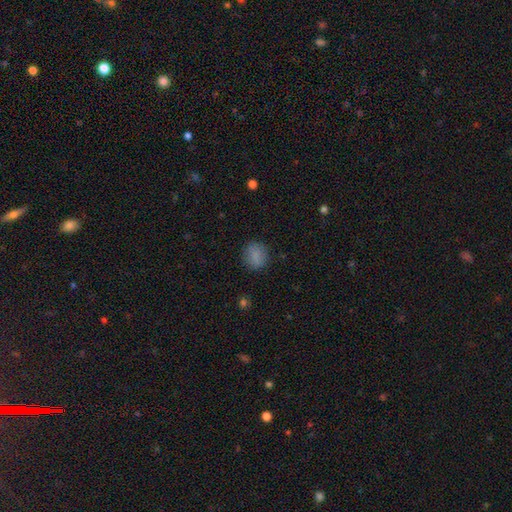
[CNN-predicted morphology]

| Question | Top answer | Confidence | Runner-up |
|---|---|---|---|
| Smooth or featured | smooth | 84% | star or artifact (10%) |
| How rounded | round | 73% | in between (26%) |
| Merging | none | 85% | minor disturbance (11%) |